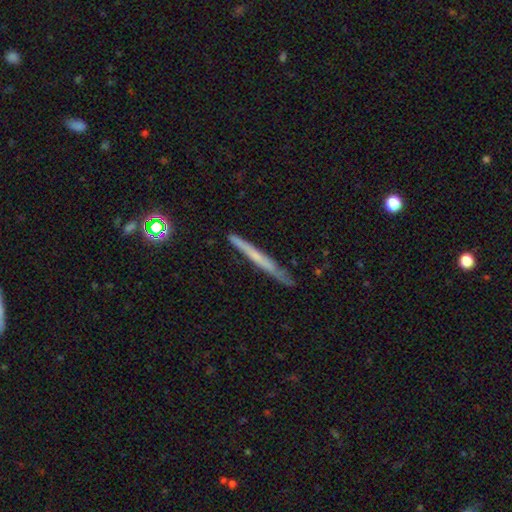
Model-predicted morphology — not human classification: Overall: featured or disk (50%; smooth 43%). Edge-on disk: yes (95%). Merging: none (84%).